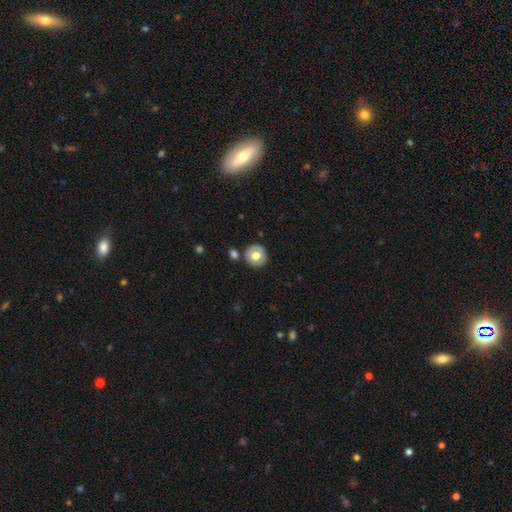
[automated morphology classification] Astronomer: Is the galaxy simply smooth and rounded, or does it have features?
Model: smooth — 66%.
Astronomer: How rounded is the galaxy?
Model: round — 90%.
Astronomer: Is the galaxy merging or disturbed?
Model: none — 83%.